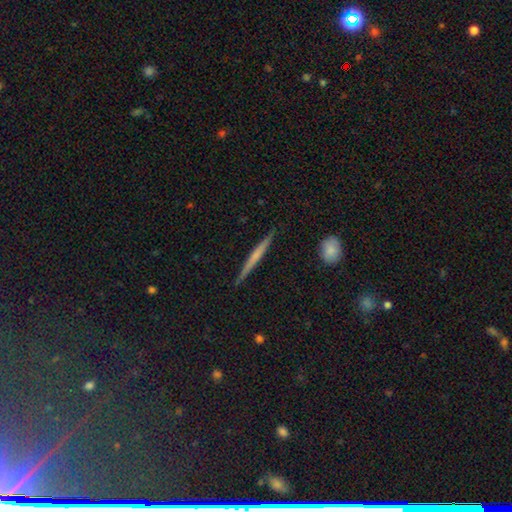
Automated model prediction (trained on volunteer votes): This appears to be a featured or disk galaxy (54%) viewed edge-on (97%) with no central bulge (77%). Merging: none (90%).